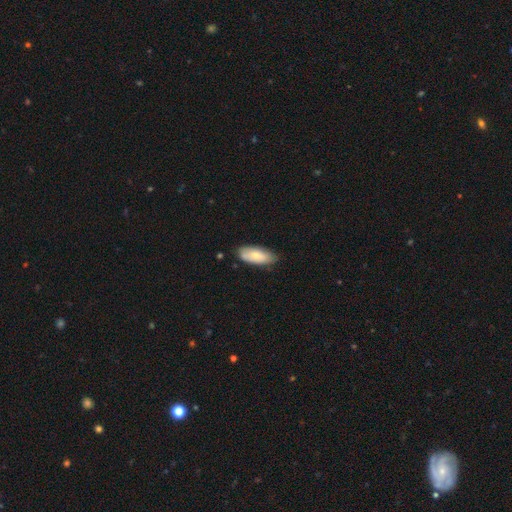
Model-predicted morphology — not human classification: A smooth galaxy with no disk features (72%) that is in between round and cigar-shaped (85%).

Vote fractions:
- Smooth or featured? smooth: 72% / featured or disk: 22% / star or artifact: 6%
- How rounded? in between: 85% / cigar-shaped: 13% / round: 2%
- Merging? none: 73% / minor disturbance: 22% / major disturbance: 3% / merger: 1%